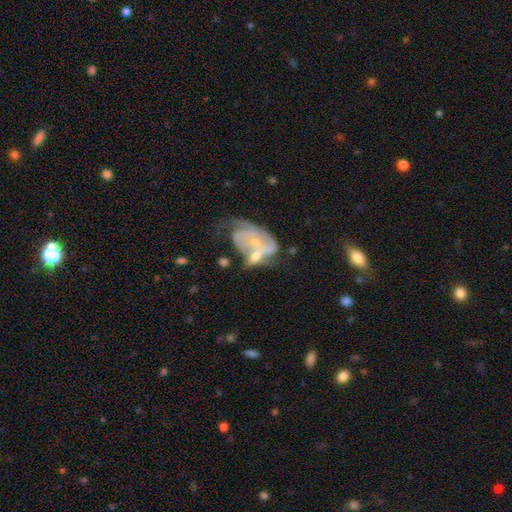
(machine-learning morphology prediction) Smooth or featured? Predicted: featured or disk (p=0.70). Edge-on disk? Predicted: no (p=0.96). Bar? Predicted: no (p=0.71). Spiral arms? Predicted: yes (p=0.72). Bulge size? Predicted: small (p=0.64). Merging? Predicted: merger (p=0.44).